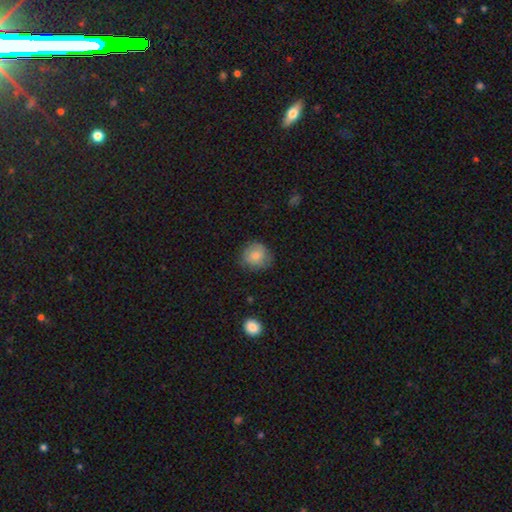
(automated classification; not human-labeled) A smooth galaxy with no disk features (78%) that is round (86%). Merging: none (75%).